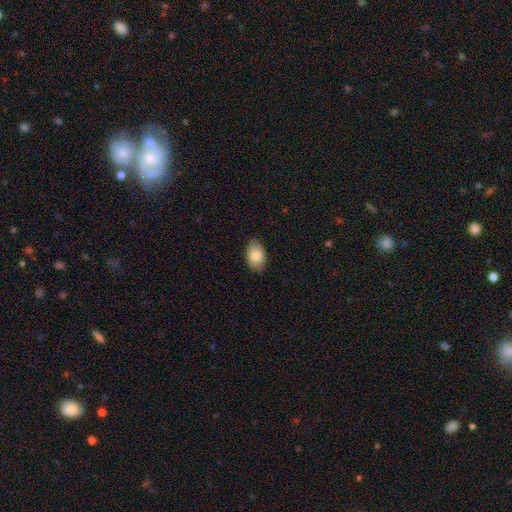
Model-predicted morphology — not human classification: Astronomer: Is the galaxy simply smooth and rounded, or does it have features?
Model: smooth — 84%.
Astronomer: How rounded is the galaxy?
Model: in between — 91%.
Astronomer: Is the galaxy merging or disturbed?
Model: none — 85%.